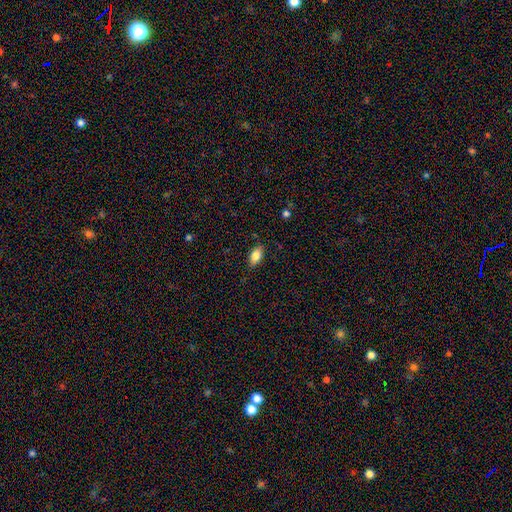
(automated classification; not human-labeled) Smooth or featured? smooth (82%)
How rounded? in between (90%)
Merging? none (85%)